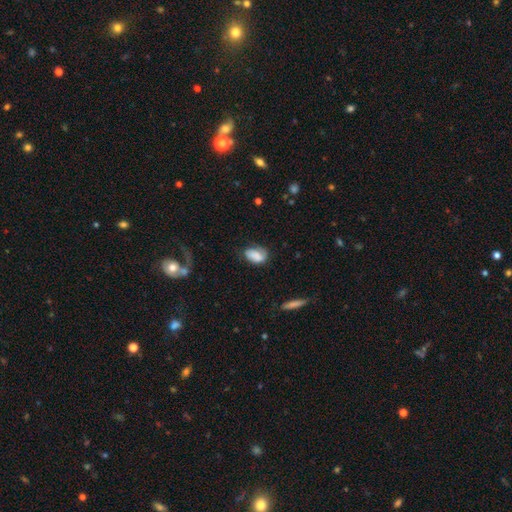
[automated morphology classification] Smooth or featured?
  - smooth: 70% *
  - featured or disk: 22%
  - star or artifact: 8%
How rounded?
  - in between: 88% *
  - round: 10%
  - cigar-shaped: 2%
Merging?
  - none: 53% *
  - minor disturbance: 30%
  - major disturbance: 14%
  - merger: 3%